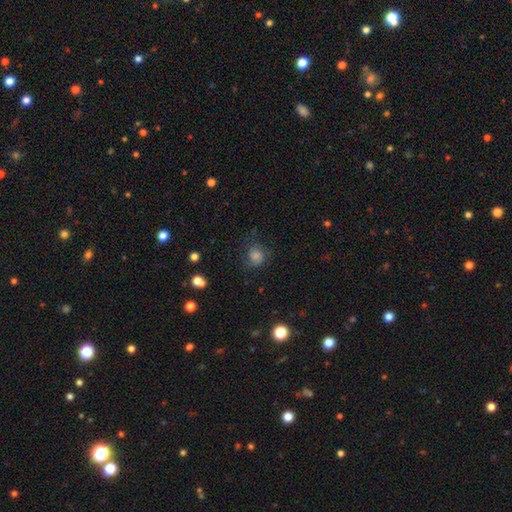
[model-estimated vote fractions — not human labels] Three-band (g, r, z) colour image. It shows a smooth galaxy with no disk features (62%) that is round (81%). Merging: none (67%).